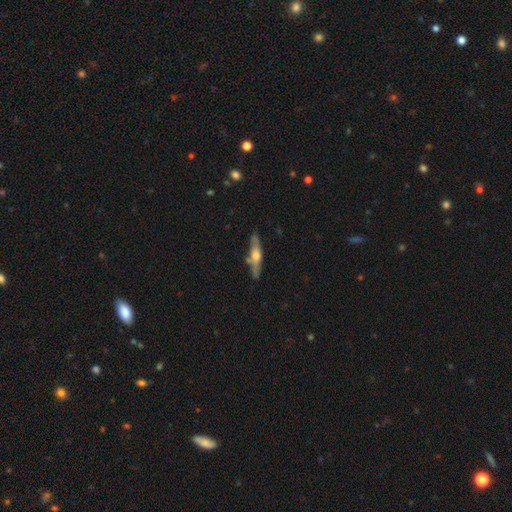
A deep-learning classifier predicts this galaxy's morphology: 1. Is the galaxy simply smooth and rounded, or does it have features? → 60% featured or disk, 34% smooth, 6% star or artifact.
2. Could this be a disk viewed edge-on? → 87% yes, 13% no.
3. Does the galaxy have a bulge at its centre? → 86% rounded, 7% boxy, 7% none.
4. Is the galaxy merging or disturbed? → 79% none, 14% minor disturbance, 4% merger, 3% major disturbance.